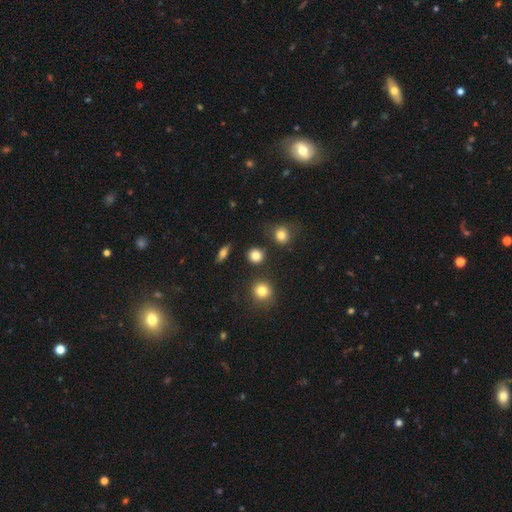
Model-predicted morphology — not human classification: This is clearly a smooth galaxy (82%). How rounded: clearly round (85%). Merging: clearly none (85%).